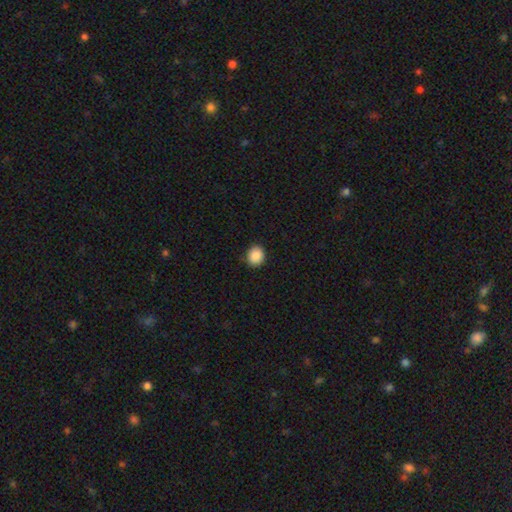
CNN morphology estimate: A smooth galaxy with no disk features (88%) that is round (69%).

Vote fractions:
- Smooth or featured? smooth: 88% / star or artifact: 9% / featured or disk: 3%
- How rounded? round: 69% / in between: 30% / cigar-shaped: 1%
- Merging? none: 87% / minor disturbance: 10% / major disturbance: 2% / merger: 1%